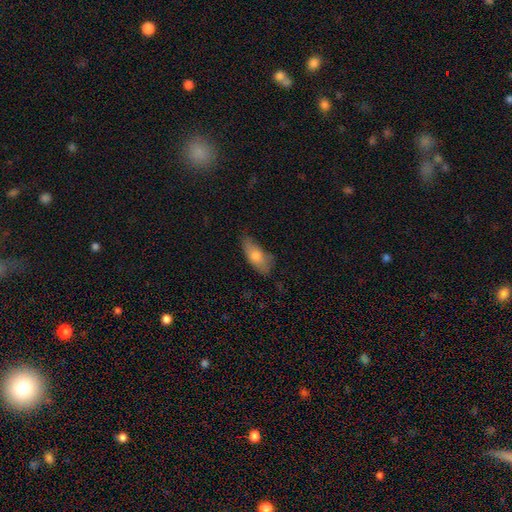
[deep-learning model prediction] smooth 71%, featured or disk 21%, star or artifact 7%. Down the decision tree: how rounded — in between (79%); merging — none (58%).